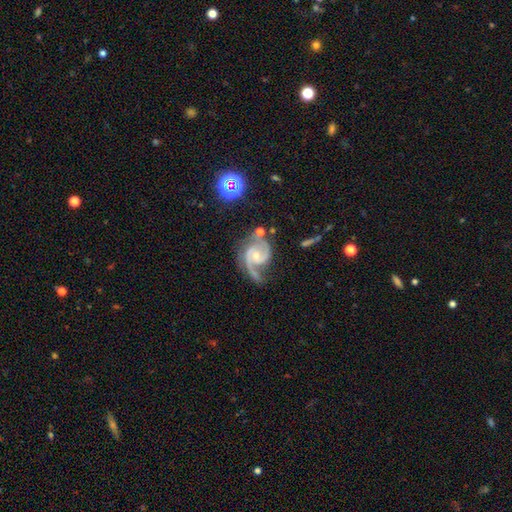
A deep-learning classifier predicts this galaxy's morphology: This appears to be a featured or disk galaxy (91%) with no bar (52%), 2 (86%) medium (57%) spiral arms (98%) and a small central bulge (59%). Merging: none (55%).